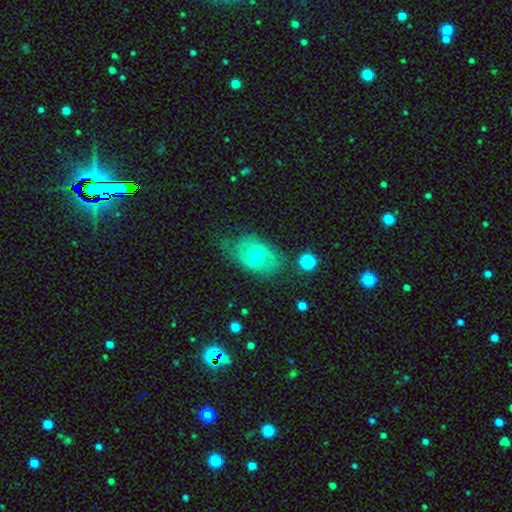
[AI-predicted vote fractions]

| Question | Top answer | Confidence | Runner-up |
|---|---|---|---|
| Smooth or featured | featured or disk | 54% | smooth (39%) |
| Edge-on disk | no | 95% | yes (5%) |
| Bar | no | 47% | weak (42%) |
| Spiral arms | yes | 67% | no (33%) |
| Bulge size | small | 51% | moderate (44%) |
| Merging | none | 57% | minor disturbance (27%) |